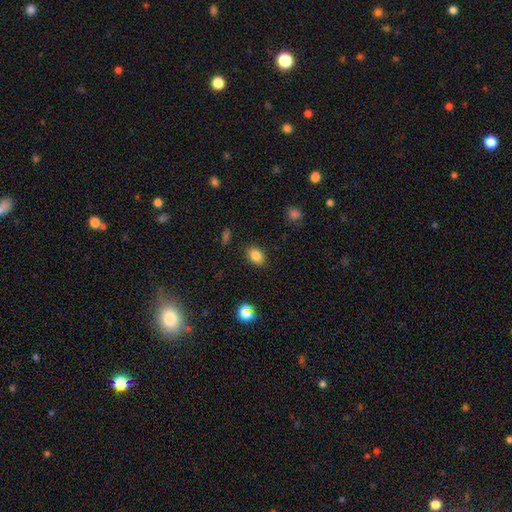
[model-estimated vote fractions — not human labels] Smooth or featured? smooth (82%)
How rounded? in between (76%)
Merging? none (86%)